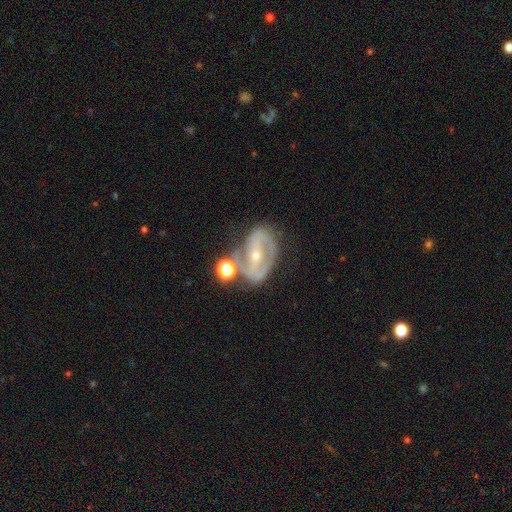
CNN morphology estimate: This appears to be a featured or disk galaxy (81%) with a strong bar (52%), 2 (74%) medium (43%) spiral arms (81%) and a small central bulge (60%). Merging: none (54%).